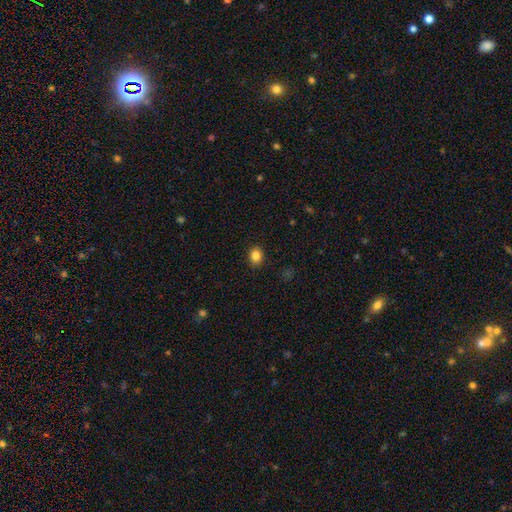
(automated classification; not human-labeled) smooth_or_featured: smooth (p=0.84) [alt: star or artifact p=0.11]
how_rounded: round (p=0.60) [alt: in between p=0.39]
merging: none (p=0.90) [alt: minor disturbance p=0.07]